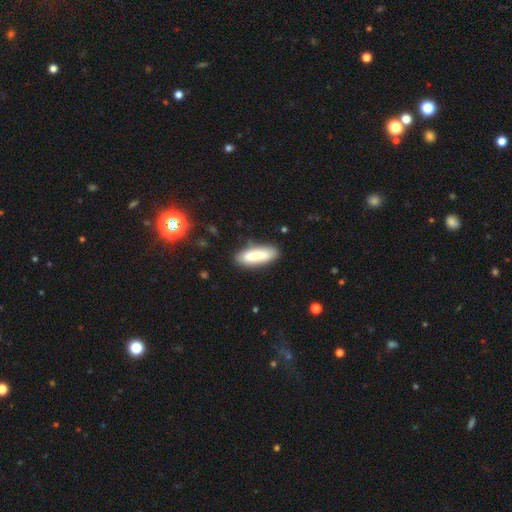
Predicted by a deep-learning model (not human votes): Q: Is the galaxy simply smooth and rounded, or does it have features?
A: smooth — 80%.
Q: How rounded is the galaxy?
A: in between — 53%.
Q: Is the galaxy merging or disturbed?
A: none — 81%.